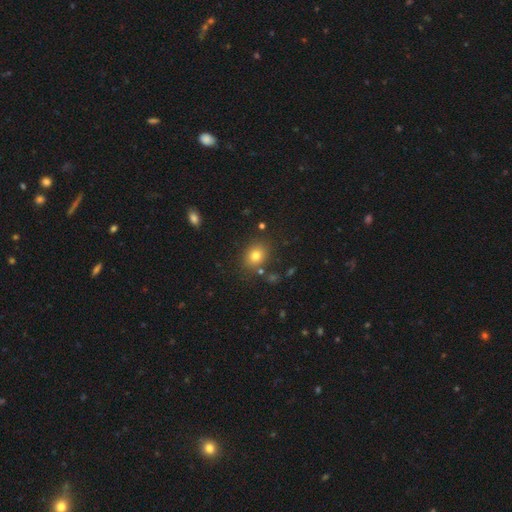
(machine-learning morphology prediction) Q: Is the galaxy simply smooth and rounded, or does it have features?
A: smooth — 78%.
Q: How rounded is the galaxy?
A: round — 59%.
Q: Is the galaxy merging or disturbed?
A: none — 81%.